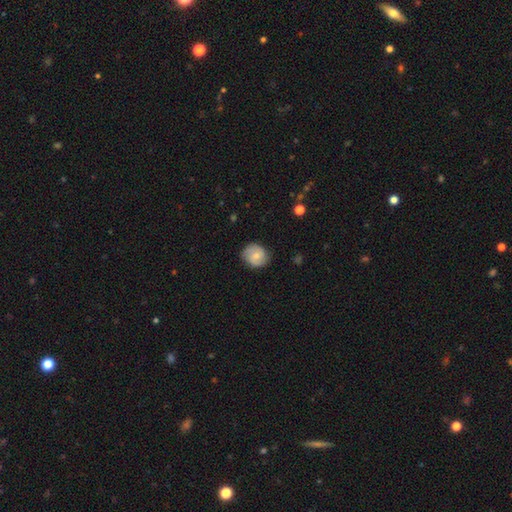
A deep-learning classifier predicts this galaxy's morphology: Smooth or featured? smooth (55%)
How rounded? round (79%)
Merging? none (81%)